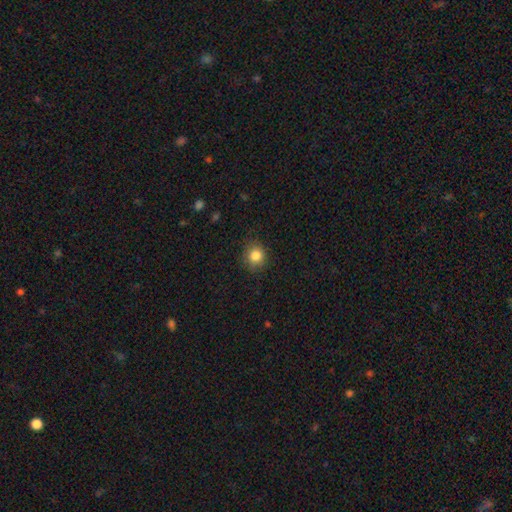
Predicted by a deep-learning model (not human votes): smooth-or-featured: smooth: 84% | star or artifact: 11% | featured or disk: 6%
  how-rounded: round: 84% | in between: 15% | cigar-shaped: 1%
  merging: none: 85% | minor disturbance: 11% | major disturbance: 3% | merger: 1%